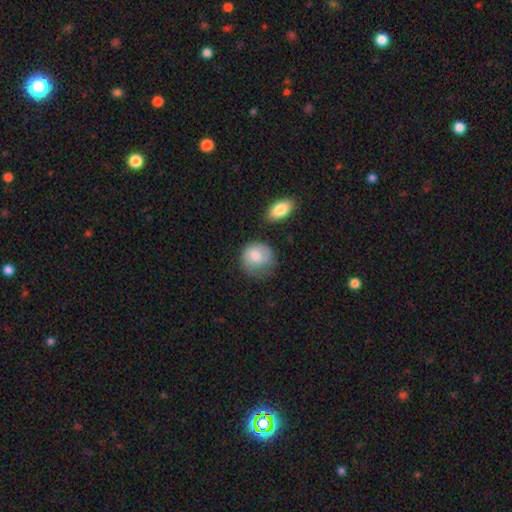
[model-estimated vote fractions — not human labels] Q: Smooth or featured?
A: smooth (80%); runner-up: featured or disk (13%)
Q: How rounded?
A: round (75%); runner-up: in between (24%)
Q: Merging?
A: none (48%); runner-up: minor disturbance (33%)